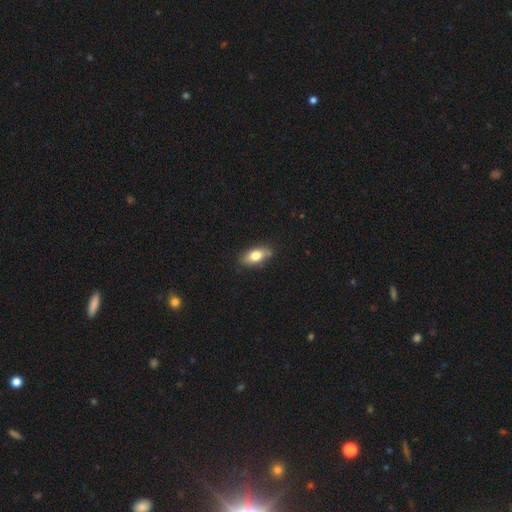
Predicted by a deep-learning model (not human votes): smooth-or-featured: smooth: 74% | featured or disk: 19% | star or artifact: 7%
  how-rounded: in between: 85% | cigar-shaped: 10% | round: 5%
  merging: none: 81% | minor disturbance: 15% | major disturbance: 3% | merger: 2%